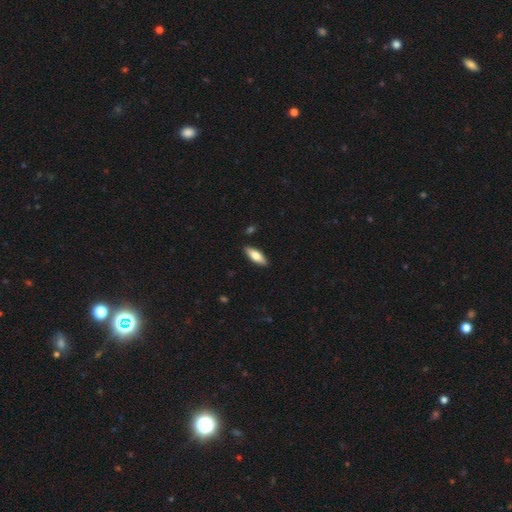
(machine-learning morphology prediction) smooth 70%, featured or disk 25%, star or artifact 5%. Down the decision tree: how rounded — in between (60%); merging — none (90%).